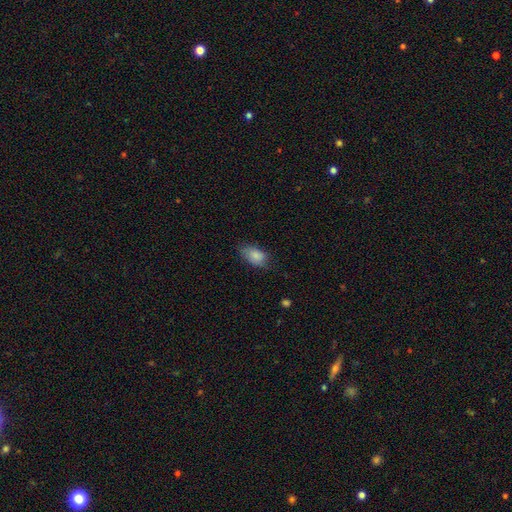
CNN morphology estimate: smooth_or_featured: smooth (p=0.84) [alt: featured or disk p=0.08]
how_rounded: in between (p=0.89) [alt: round p=0.08]
merging: none (p=0.65) [alt: minor disturbance p=0.27]